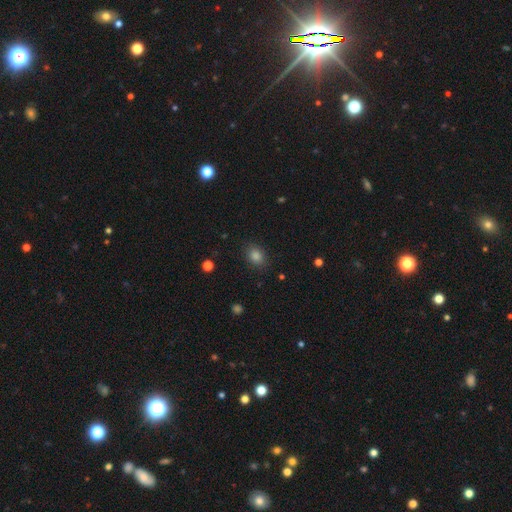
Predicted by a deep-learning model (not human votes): Overall: smooth (82%). How rounded: in between (60%; round 39%). Merging: none (86%).